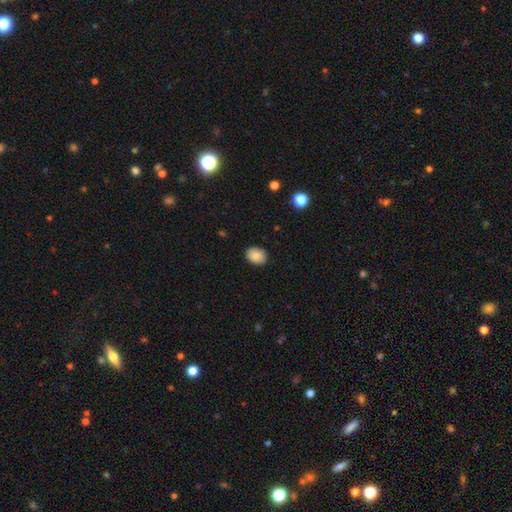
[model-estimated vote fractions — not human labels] Q: Smooth or featured?
A: smooth (87%); runner-up: star or artifact (8%)
Q: How rounded?
A: in between (67%); runner-up: round (32%)
Q: Merging?
A: none (87%); runner-up: minor disturbance (10%)